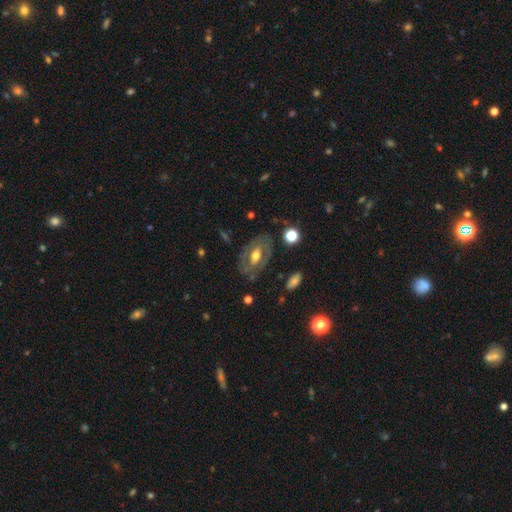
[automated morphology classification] Smooth or featured? Predicted: featured or disk (p=0.63). Edge-on disk? Predicted: no (p=0.91). Bar? Predicted: no (p=0.55). Spiral arms? Predicted: no (p=0.64). Bulge size? Predicted: moderate (p=0.70). Merging? Predicted: none (p=0.73).